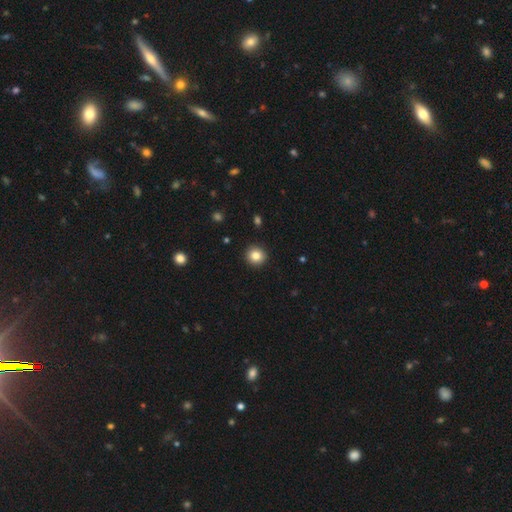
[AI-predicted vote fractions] Smooth or featured? Predicted: smooth (p=0.84). How rounded? Predicted: round (p=0.90). Merging? Predicted: none (p=0.92).